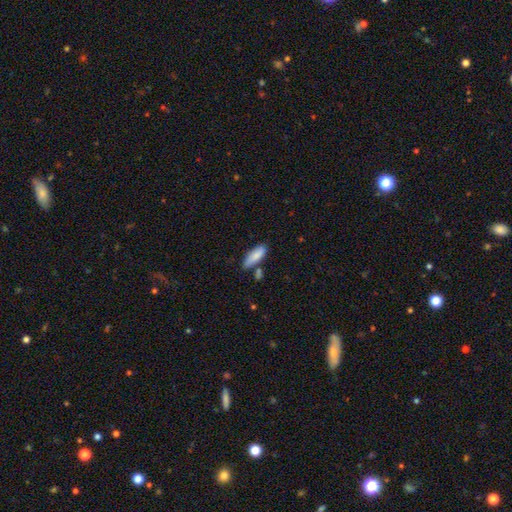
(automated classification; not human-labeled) smooth 85%, featured or disk 9%, star or artifact 6%. Down the decision tree: how rounded — in between (58%); merging — none (70%).